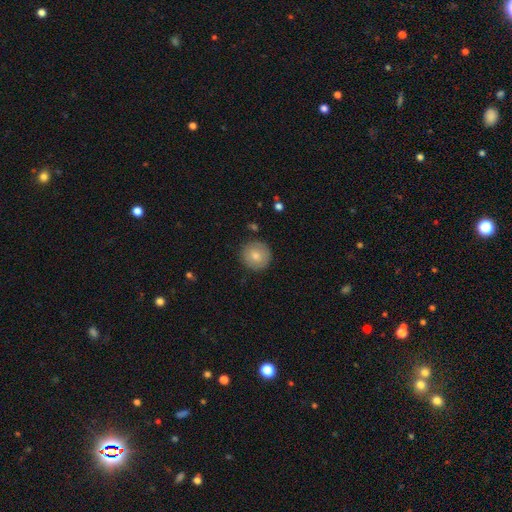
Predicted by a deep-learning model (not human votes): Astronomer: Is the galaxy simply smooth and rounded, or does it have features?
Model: smooth — 78%.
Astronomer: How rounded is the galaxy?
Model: round — 95%.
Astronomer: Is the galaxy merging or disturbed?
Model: none — 88%.